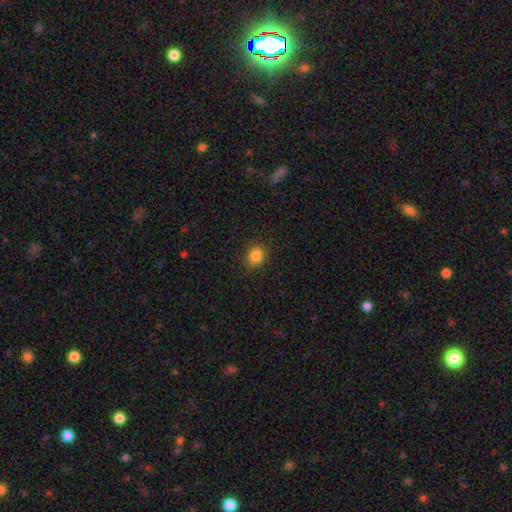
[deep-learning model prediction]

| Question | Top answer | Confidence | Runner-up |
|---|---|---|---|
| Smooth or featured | smooth | 85% | star or artifact (11%) |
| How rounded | round | 71% | in between (28%) |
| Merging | none | 89% | minor disturbance (8%) |